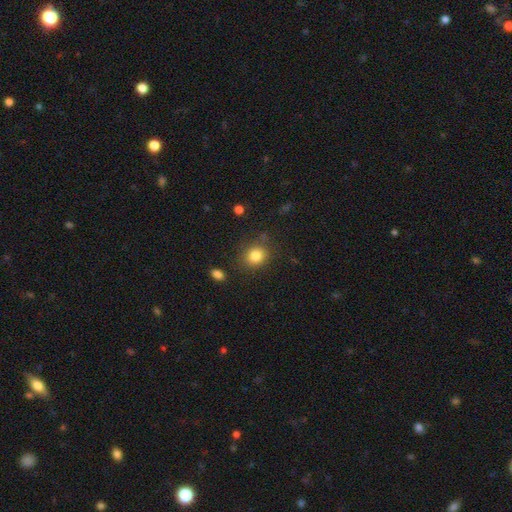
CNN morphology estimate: Overall: smooth (83%). How rounded: round (75%). Merging: none (81%).